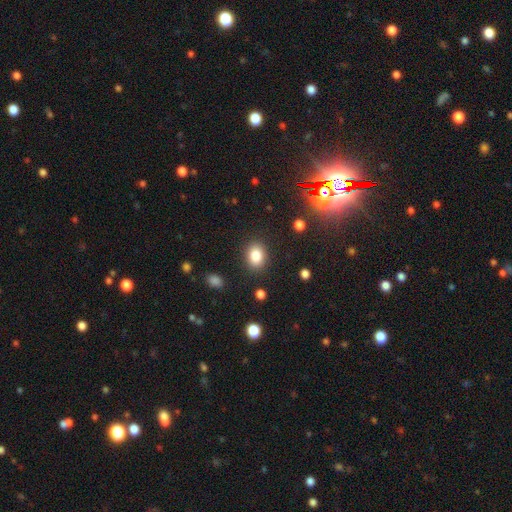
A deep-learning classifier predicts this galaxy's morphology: Smooth or featured: smooth — 83% (star or artifact — 10%)
How rounded: in between — 64% (round — 35%)
Merging: none — 87% (minor disturbance — 8%)